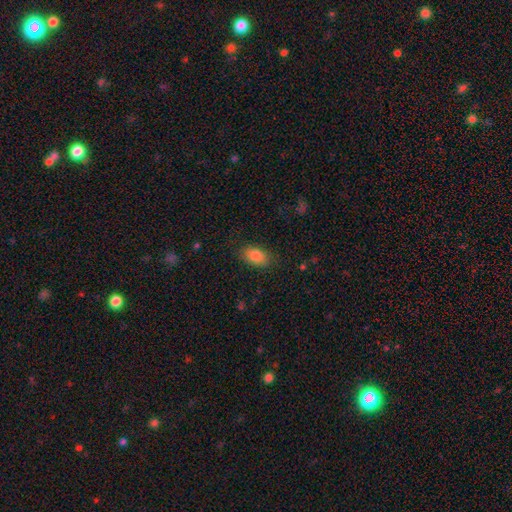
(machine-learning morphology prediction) smooth_or_featured: smooth (p=0.86) [alt: star or artifact p=0.08]
how_rounded: in between (p=0.91) [alt: round p=0.07]
merging: none (p=0.83) [alt: minor disturbance p=0.12]